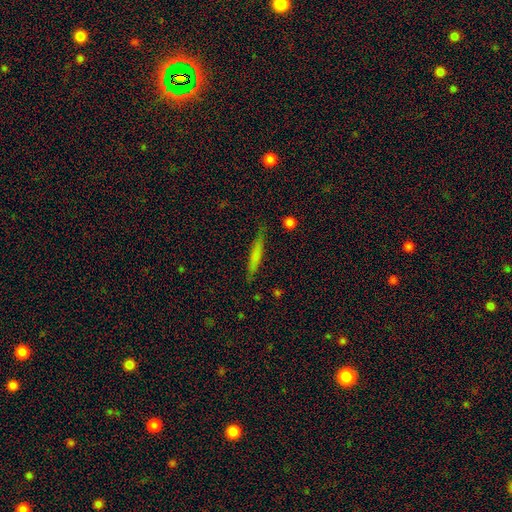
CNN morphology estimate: This appears to be a smooth galaxy with no disk features (66%) that is cigar-shaped (92%). Merging: none (82%).